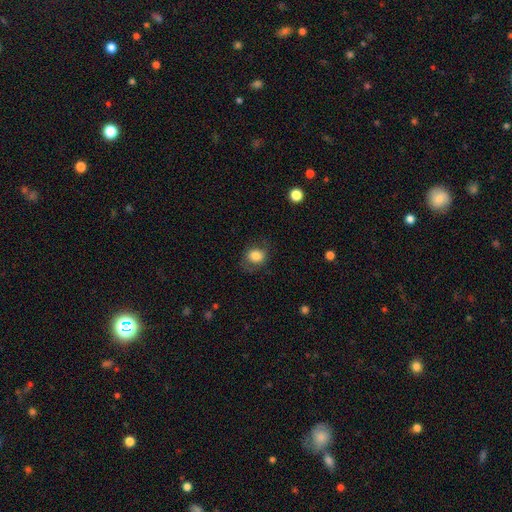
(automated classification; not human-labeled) The model was most divided on "how rounded": round: 62%, in between: 37%, cigar-shaped: 1%. More confident: smooth or featured — smooth (80%); merging — none (66%).